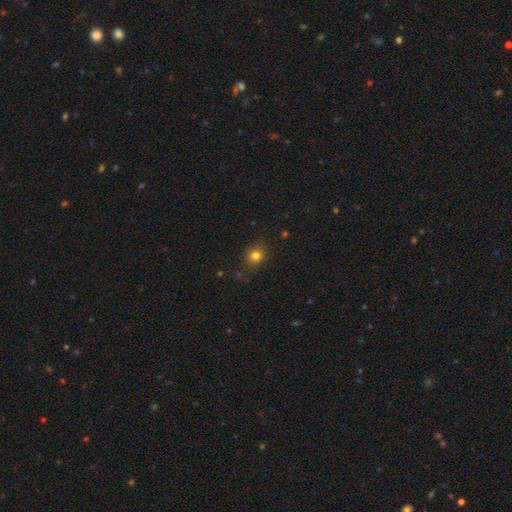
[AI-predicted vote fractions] This is likely a smooth galaxy (79%). How rounded: likely round (74%). Merging: clearly none (82%).